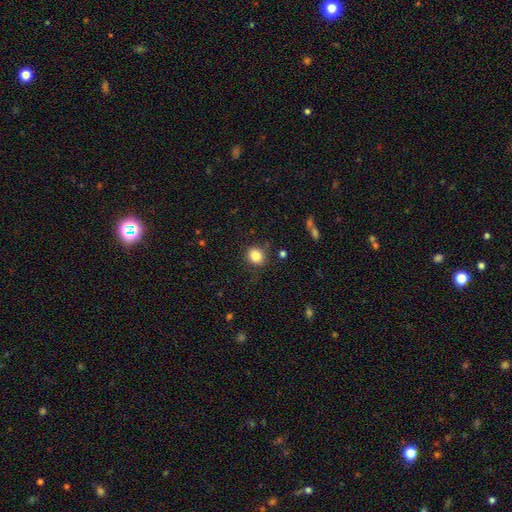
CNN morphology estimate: smooth 84%, star or artifact 11%, featured or disk 6%. Down the decision tree: how rounded — round (78%); merging — none (84%).